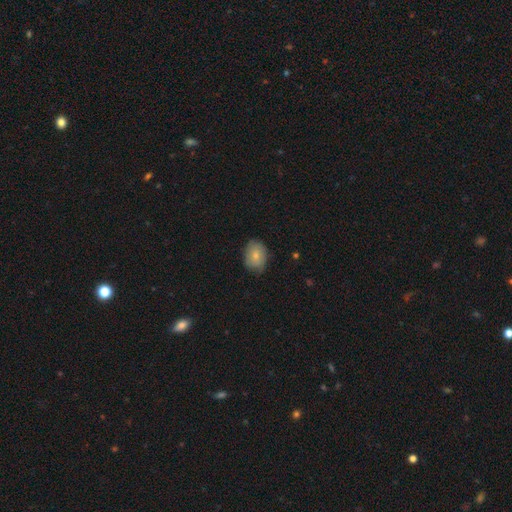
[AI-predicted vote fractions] The model was most divided on "how rounded": in between: 61%, round: 38%, cigar-shaped: 1%. More confident: smooth or featured — smooth (77%); merging — none (73%).